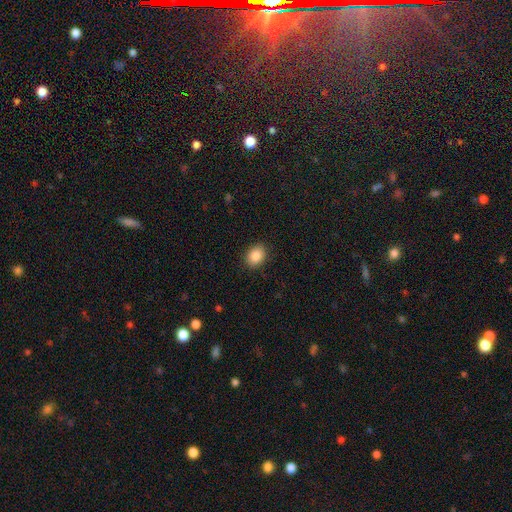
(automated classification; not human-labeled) smooth 87%, star or artifact 9%, featured or disk 4%. Down the decision tree: how rounded — in between (57%); merging — none (90%).